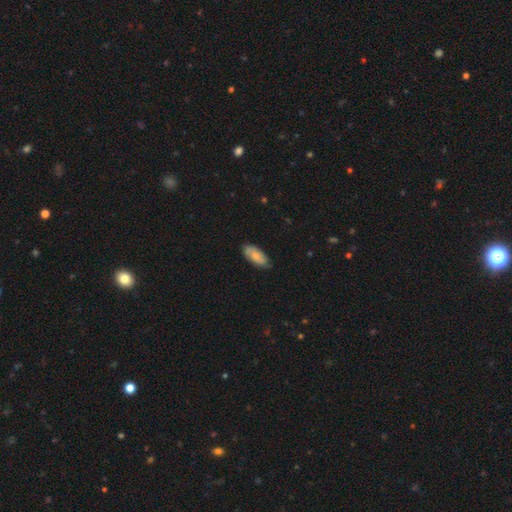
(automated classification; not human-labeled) Smooth or featured? smooth (68%)
How rounded? in between (88%)
Merging? none (77%)